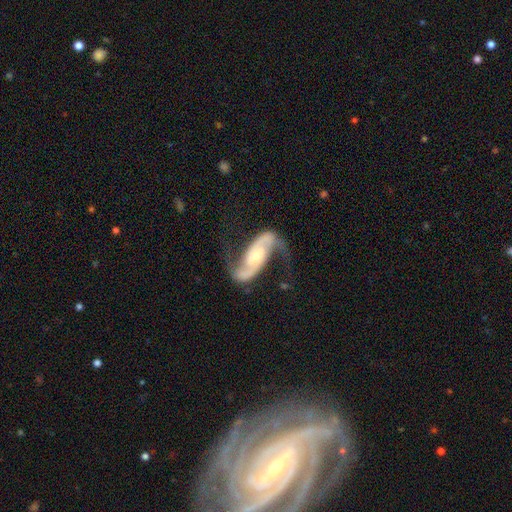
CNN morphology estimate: Q: Smooth or featured?
A: featured or disk (90%); runner-up: smooth (5%)
Q: Edge-on disk?
A: no (96%); runner-up: yes (4%)
Q: Bar?
A: no (47%); runner-up: weak (29%)
Q: Spiral arms?
A: yes (97%); runner-up: no (3%)
Q: Spiral winding?
A: loose (49%); runner-up: medium (39%)
Q: Spiral arm count?
A: 2 (94%); runner-up: can't tell (2%)
Q: Bulge size?
A: small (53%); runner-up: moderate (37%)
Q: Merging?
A: none (70%); runner-up: minor disturbance (16%)